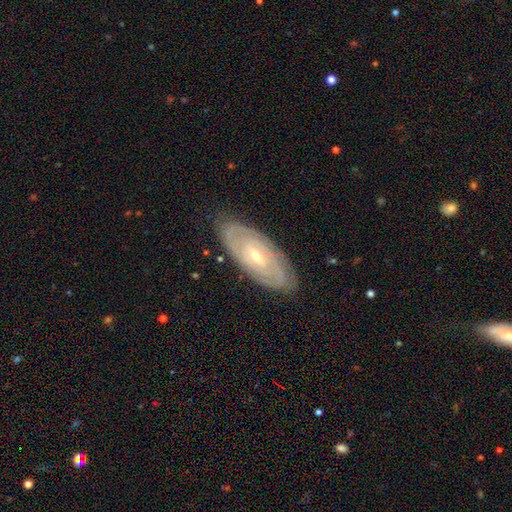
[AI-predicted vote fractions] Overall: featured or disk (82%). Edge-on disk: no (91%). Bar: weak (46%; no 39%). Spiral arms: yes (93%). Spiral arm count: can't tell (38%; 2 35%). Spiral winding: tight (79%). Bulge size: small (57%; moderate 39%). Merging: none (84%).